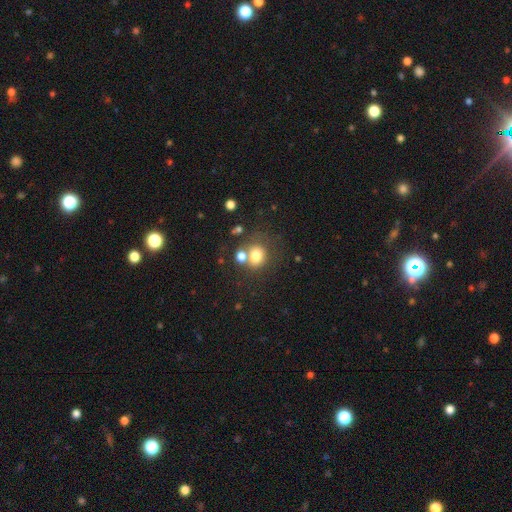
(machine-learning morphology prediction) smooth-or-featured: smooth: 75% | star or artifact: 13% | featured or disk: 12%
  how-rounded: round: 75% | in between: 24% | cigar-shaped: 1%
  merging: none: 54% | merger: 29% | minor disturbance: 11% | major disturbance: 6%